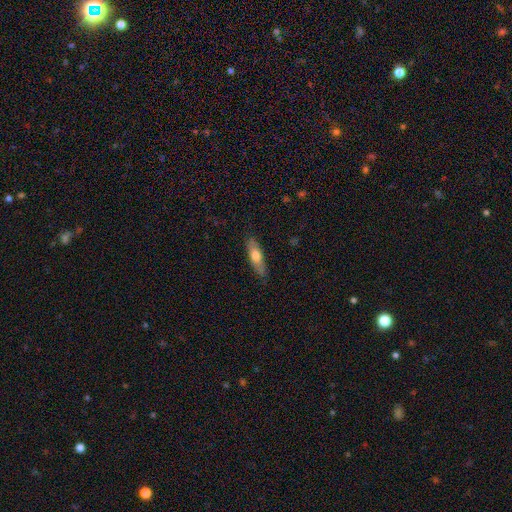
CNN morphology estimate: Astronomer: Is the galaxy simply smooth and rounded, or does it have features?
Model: smooth — 63%.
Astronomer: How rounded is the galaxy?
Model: cigar-shaped — 54% (runner-up: in between, 44%).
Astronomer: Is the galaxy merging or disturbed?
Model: none — 83%.